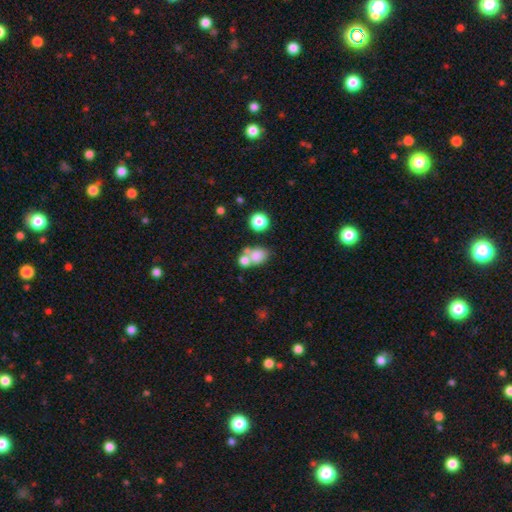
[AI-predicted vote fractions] Smooth or featured?
  - smooth: 76% *
  - featured or disk: 12%
  - star or artifact: 12%
How rounded?
  - in between: 55% *
  - round: 44%
  - cigar-shaped: 1%
Merging?
  - merger: 45% *
  - none: 40%
  - minor disturbance: 10%
  - major disturbance: 5%